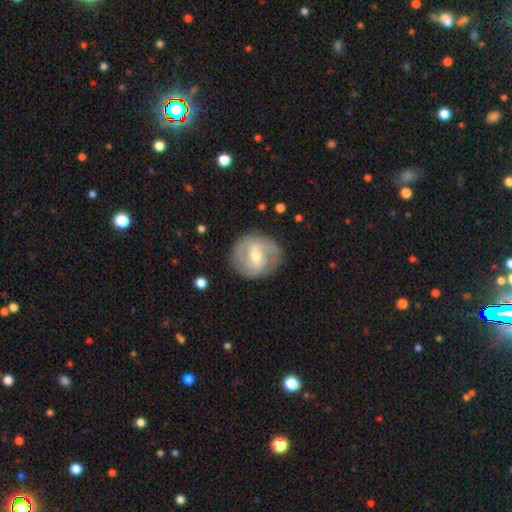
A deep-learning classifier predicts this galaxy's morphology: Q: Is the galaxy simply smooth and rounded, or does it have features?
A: featured or disk — 79%.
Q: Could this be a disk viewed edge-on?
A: no — 97%.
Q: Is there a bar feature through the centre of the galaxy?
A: weak — 53%.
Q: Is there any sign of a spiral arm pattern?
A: yes — 91%.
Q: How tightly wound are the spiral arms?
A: tight — 51%.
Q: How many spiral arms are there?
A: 2 — 51%.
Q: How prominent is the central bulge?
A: moderate — 65%.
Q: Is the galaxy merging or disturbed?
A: none — 81%.